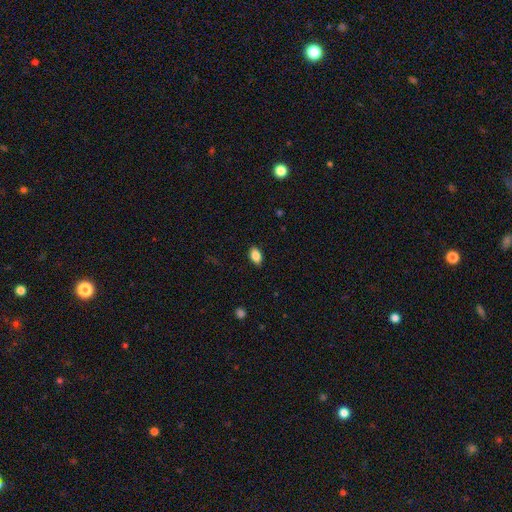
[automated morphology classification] Q: Smooth or featured?
A: smooth (85%); runner-up: star or artifact (8%)
Q: How rounded?
A: in between (89%); runner-up: round (9%)
Q: Merging?
A: none (87%); runner-up: minor disturbance (10%)